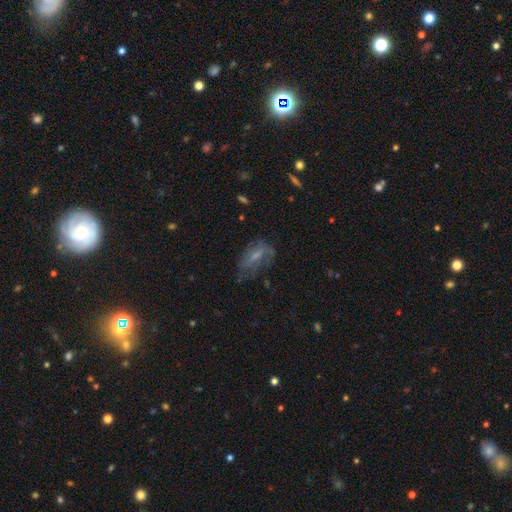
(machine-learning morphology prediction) This appears to be a featured or disk galaxy (48%). Merging: none (47%).